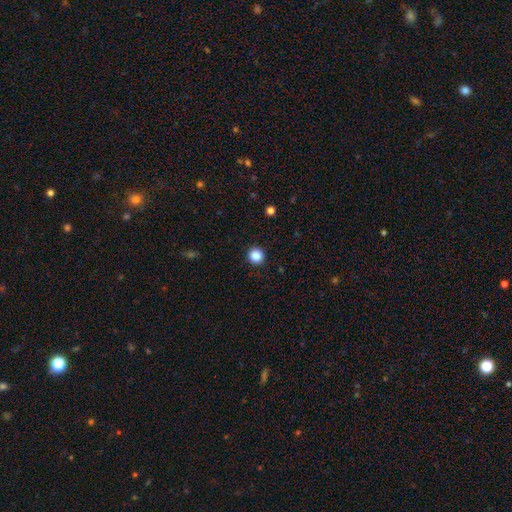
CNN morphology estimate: Smooth or featured?
  - smooth: 86% *
  - star or artifact: 11%
  - featured or disk: 3%
How rounded?
  - round: 94% *
  - in between: 5%
  - cigar-shaped: 1%
Merging?
  - none: 93% *
  - minor disturbance: 5%
  - major disturbance: 2%
  - merger: 1%